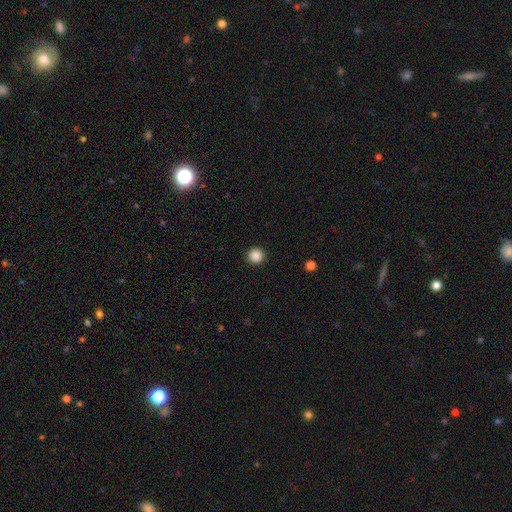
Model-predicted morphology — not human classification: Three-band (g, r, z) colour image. It shows a smooth galaxy with no disk features (87%) that is round (95%). Merging: none (92%).